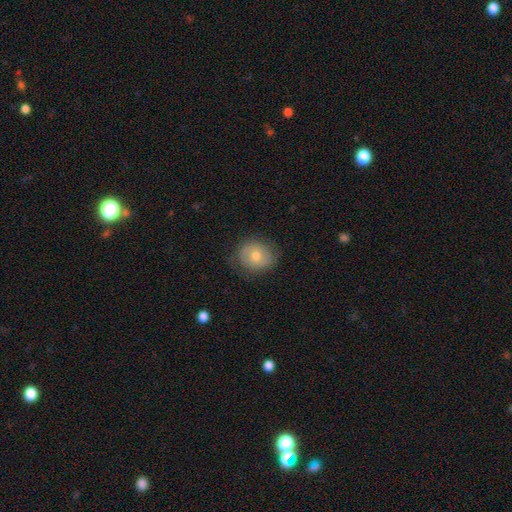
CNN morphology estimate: smooth-or-featured: smooth: 55% | featured or disk: 36% | star or artifact: 9%
  how-rounded: round: 72% | in between: 27% | cigar-shaped: 1%
  merging: none: 78% | minor disturbance: 16% | major disturbance: 5% | merger: 1%